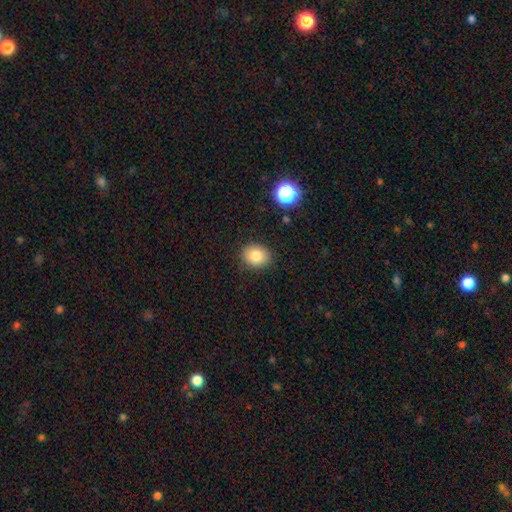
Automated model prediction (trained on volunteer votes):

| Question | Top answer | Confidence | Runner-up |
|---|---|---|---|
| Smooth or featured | smooth | 81% | star or artifact (11%) |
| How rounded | round | 58% | in between (41%) |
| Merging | none | 87% | minor disturbance (9%) |